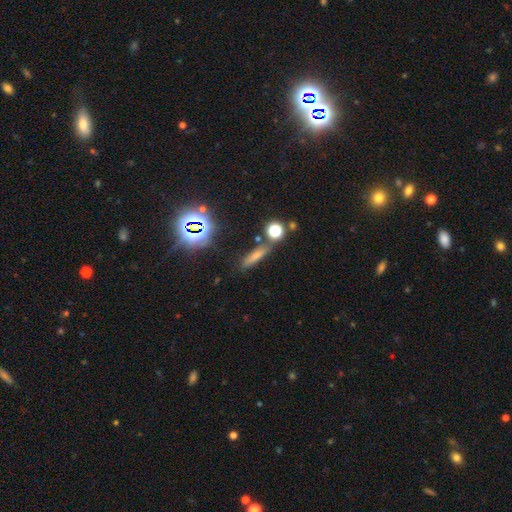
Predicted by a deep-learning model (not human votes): Smooth or featured? Predicted: smooth (p=0.65). How rounded? Predicted: cigar-shaped (p=0.77). Merging? Predicted: none (p=0.77).